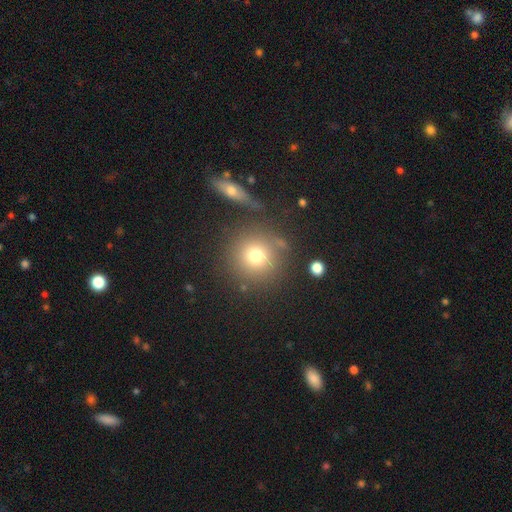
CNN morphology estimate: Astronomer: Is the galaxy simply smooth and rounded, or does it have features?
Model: smooth — 74%.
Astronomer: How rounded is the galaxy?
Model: round — 93%.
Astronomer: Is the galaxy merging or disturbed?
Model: none — 78%.